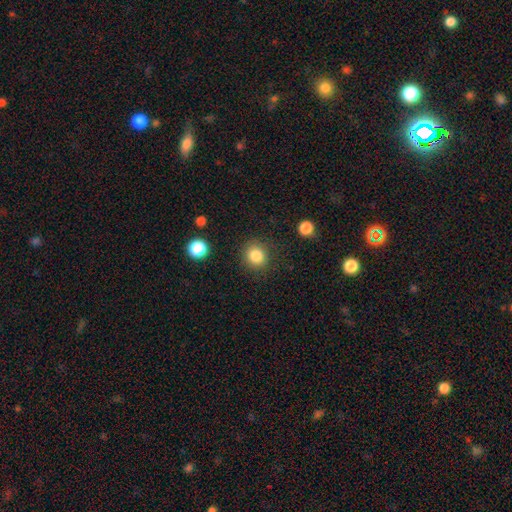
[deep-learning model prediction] smooth-or-featured: smooth: 84% | star or artifact: 11% | featured or disk: 5%
  how-rounded: round: 88% | in between: 11% | cigar-shaped: 1%
  merging: none: 86% | minor disturbance: 8% | major disturbance: 3% | merger: 2%